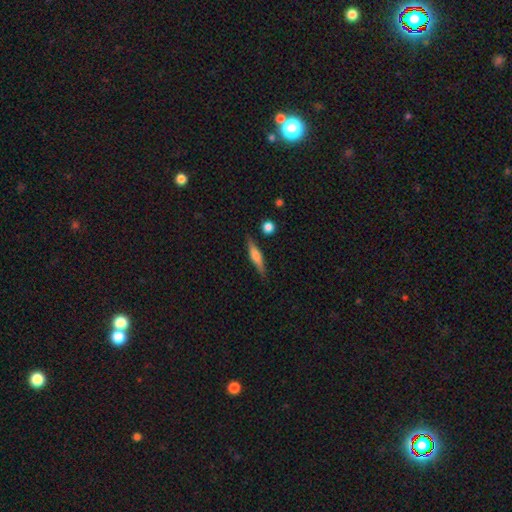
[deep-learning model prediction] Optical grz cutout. It shows a smooth galaxy with no disk features (51%) that is cigar-shaped (79%). Merging: none (83%).